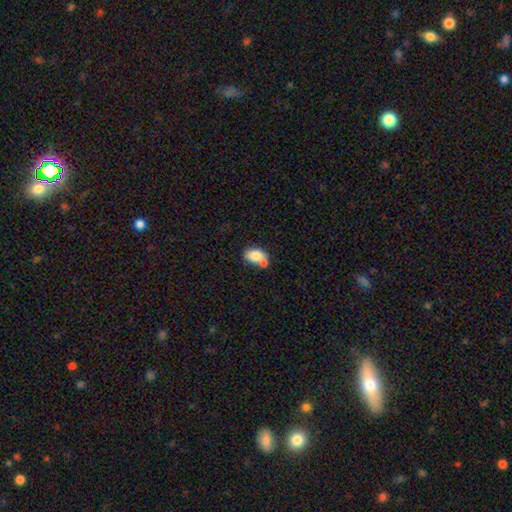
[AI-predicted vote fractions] Q: Smooth or featured?
A: smooth (79%); runner-up: featured or disk (13%)
Q: How rounded?
A: in between (83%); runner-up: round (16%)
Q: Merging?
A: merger (44%); runner-up: none (38%)